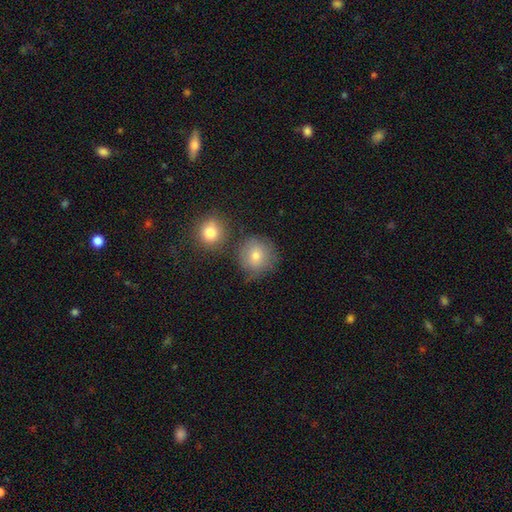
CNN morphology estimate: Smooth or featured? Predicted: smooth (p=0.76). How rounded? Predicted: round (p=0.90). Merging? Predicted: none (p=0.71).